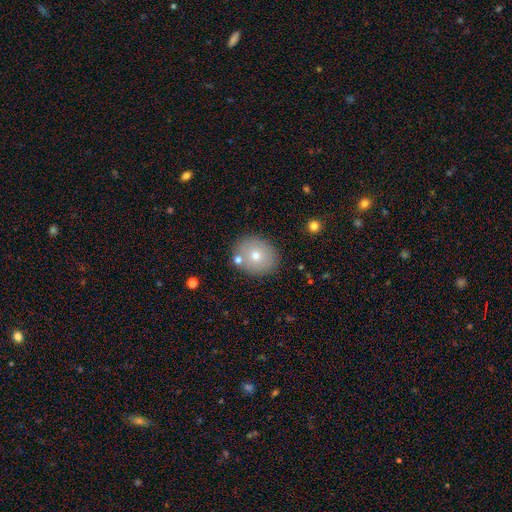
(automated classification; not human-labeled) Smooth or featured?
  - smooth: 71% *
  - featured or disk: 19%
  - star or artifact: 10%
How rounded?
  - round: 67% *
  - in between: 32%
  - cigar-shaped: 1%
Merging?
  - none: 81% *
  - minor disturbance: 10%
  - merger: 6%
  - major disturbance: 3%